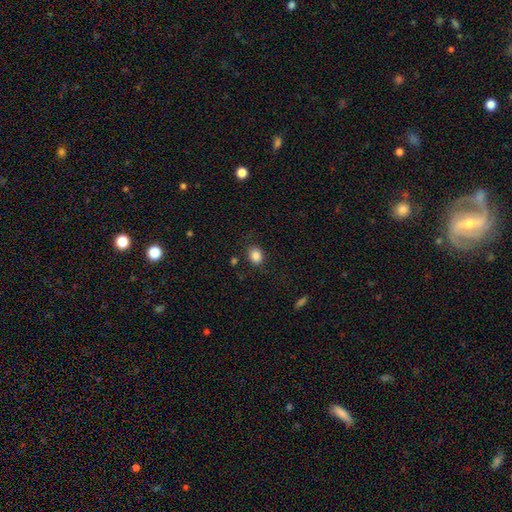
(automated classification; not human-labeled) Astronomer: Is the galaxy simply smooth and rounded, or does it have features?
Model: smooth — 85%.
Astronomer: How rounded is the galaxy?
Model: in between — 54% (runner-up: round, 45%).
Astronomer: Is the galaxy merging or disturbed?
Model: none — 80%.